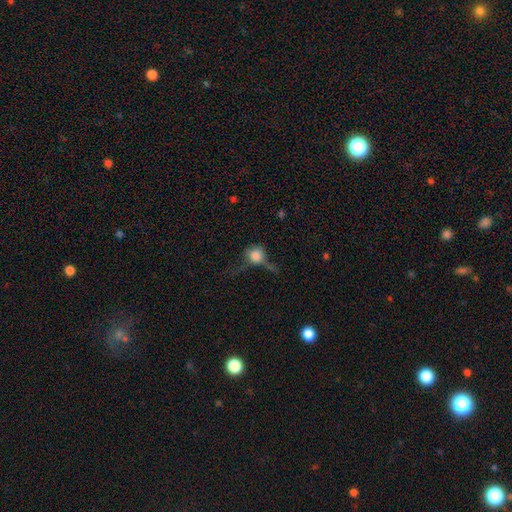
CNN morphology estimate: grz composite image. It shows a smooth galaxy with no disk features (64%) that is round (74%). Merging: none (37%).